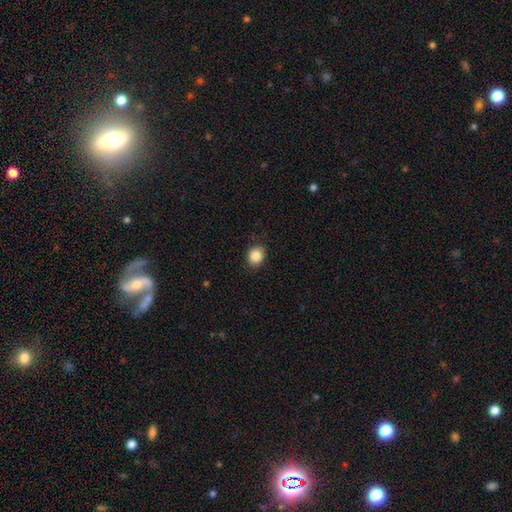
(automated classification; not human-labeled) Q: Smooth or featured?
A: smooth (87%); runner-up: star or artifact (9%)
Q: How rounded?
A: round (71%); runner-up: in between (28%)
Q: Merging?
A: none (84%); runner-up: minor disturbance (12%)